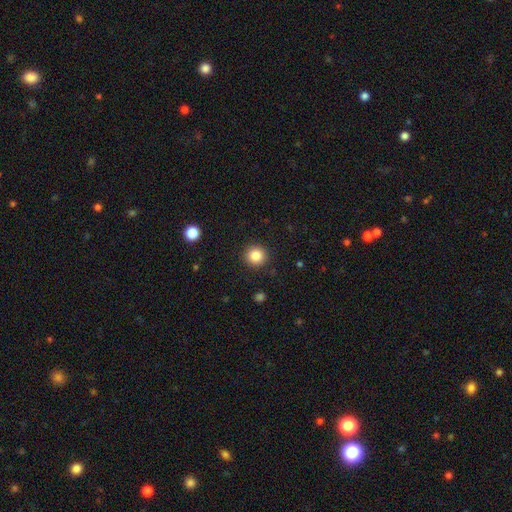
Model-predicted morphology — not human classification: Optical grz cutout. It shows a smooth galaxy with no disk features (85%) that is round (94%). Merging: none (91%).